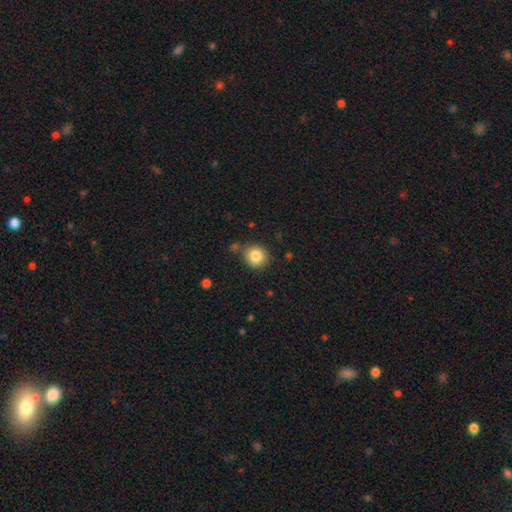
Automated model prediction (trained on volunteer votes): The model was most divided on "merging": none: 81%, minor disturbance: 11%, merger: 5%, major disturbance: 3%. More confident: how rounded — round (88%); smooth or featured — smooth (84%).